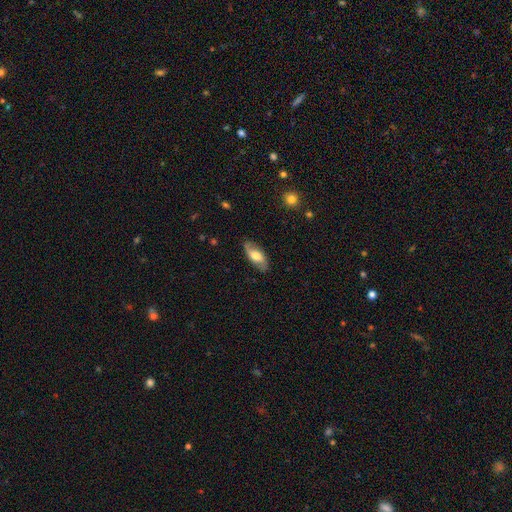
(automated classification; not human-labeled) smooth_or_featured: featured or disk (p=0.49) [alt: smooth p=0.45]
merging: none (p=0.83) [alt: minor disturbance p=0.13]